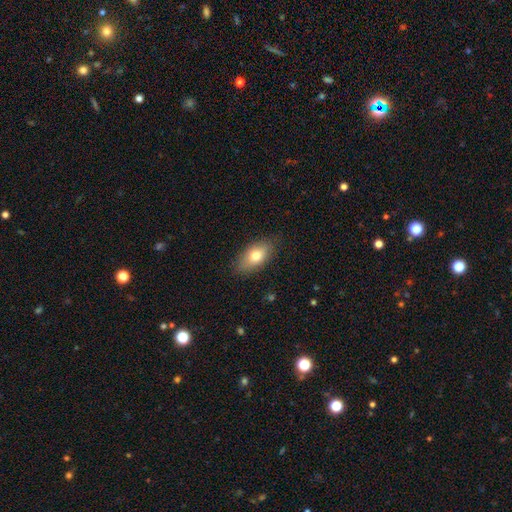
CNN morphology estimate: Overall: smooth (75%). How rounded: in between (88%). Merging: none (84%).